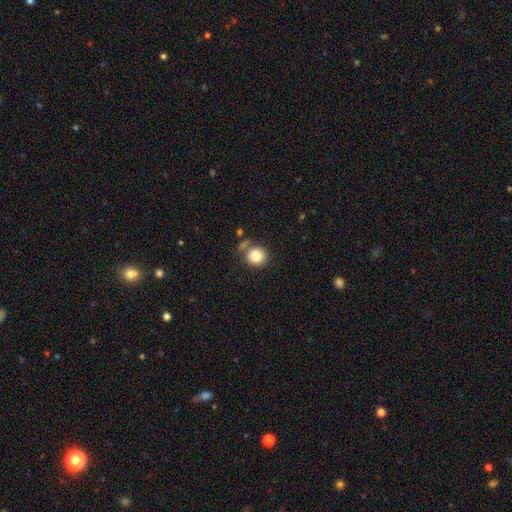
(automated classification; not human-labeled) Smooth or featured?
  - smooth: 85% *
  - star or artifact: 9%
  - featured or disk: 6%
How rounded?
  - round: 89% *
  - in between: 10%
  - cigar-shaped: 1%
Merging?
  - none: 69% *
  - minor disturbance: 13%
  - merger: 12%
  - major disturbance: 5%